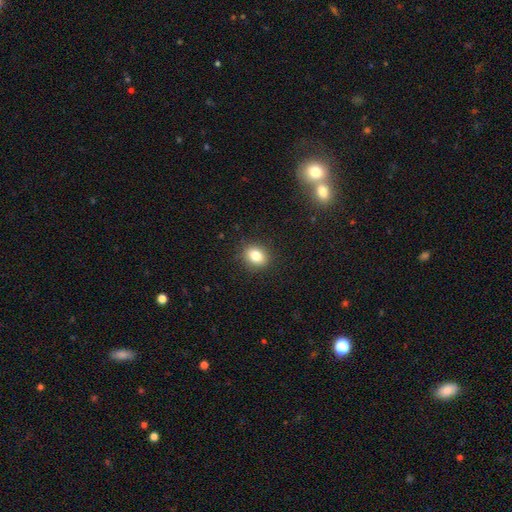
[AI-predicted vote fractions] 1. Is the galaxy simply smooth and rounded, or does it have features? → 82% smooth, 11% star or artifact, 8% featured or disk.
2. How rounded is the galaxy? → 50% round, 49% in between, 1% cigar-shaped.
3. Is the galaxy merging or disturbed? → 88% none, 8% minor disturbance, 2% major disturbance, 1% merger.